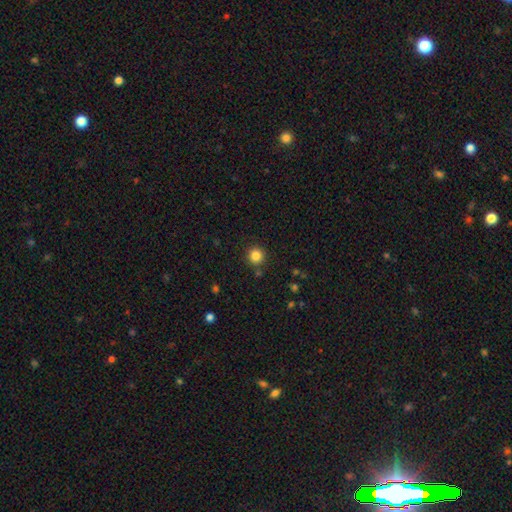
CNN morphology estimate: Q: Smooth or featured?
A: smooth (84%); runner-up: star or artifact (12%)
Q: How rounded?
A: round (95%); runner-up: in between (4%)
Q: Merging?
A: none (89%); runner-up: minor disturbance (6%)